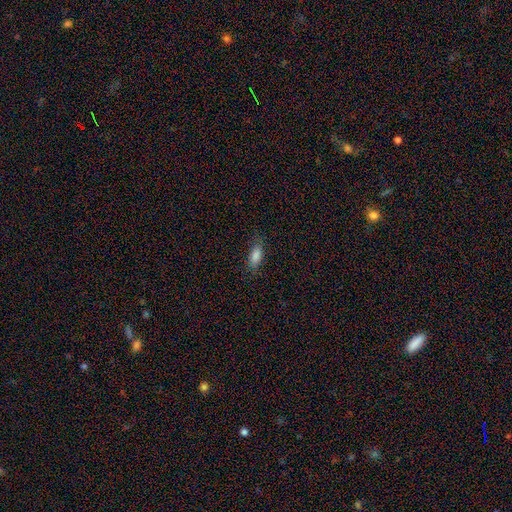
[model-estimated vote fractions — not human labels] A smooth galaxy with no disk features (84%) that is in between round and cigar-shaped (82%).

Vote fractions:
- Smooth or featured? smooth: 84% / star or artifact: 8% / featured or disk: 7%
- How rounded? in between: 82% / cigar-shaped: 16% / round: 3%
- Merging? none: 75% / minor disturbance: 19% / major disturbance: 5% / merger: 1%